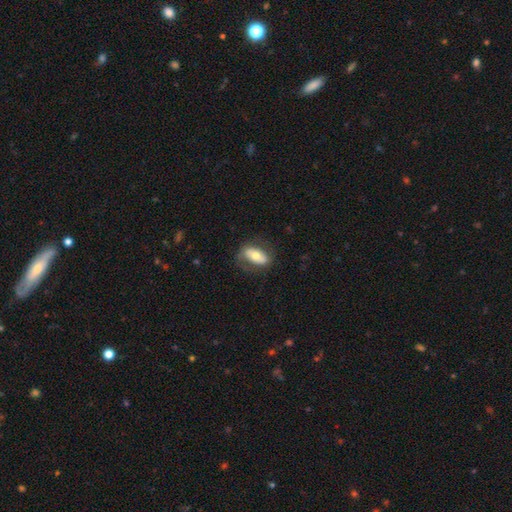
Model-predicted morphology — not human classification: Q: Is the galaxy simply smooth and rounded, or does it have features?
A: smooth — 56%.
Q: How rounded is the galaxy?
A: in between — 85%.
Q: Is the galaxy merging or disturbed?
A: none — 70%.